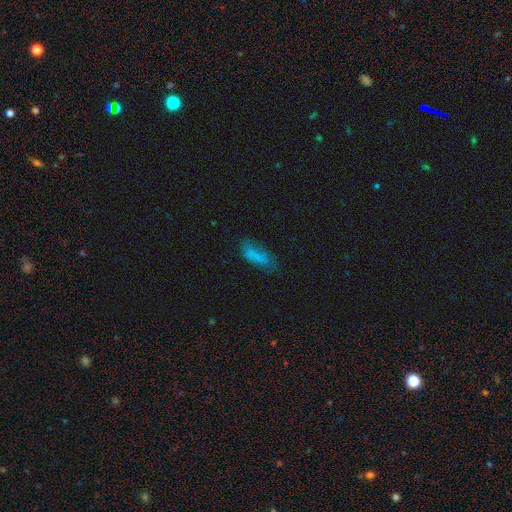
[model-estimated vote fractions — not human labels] This is likely a smooth galaxy (70%). How rounded: likely in between (68%). Merging: possibly none (52%).